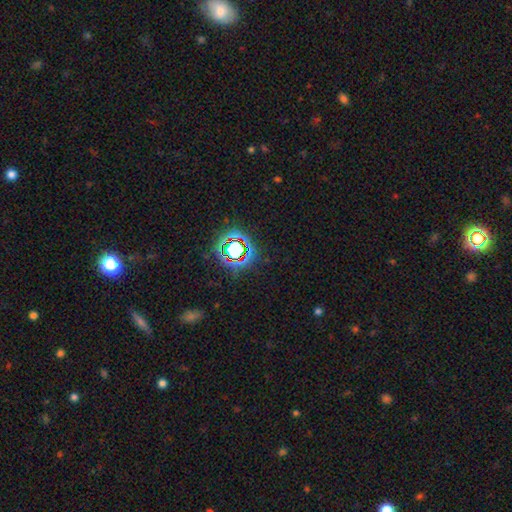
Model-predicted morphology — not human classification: A star or artifact, not a galaxy (77%).

Vote fractions:
- Smooth or featured? star or artifact: 77% / smooth: 14% / featured or disk: 9%